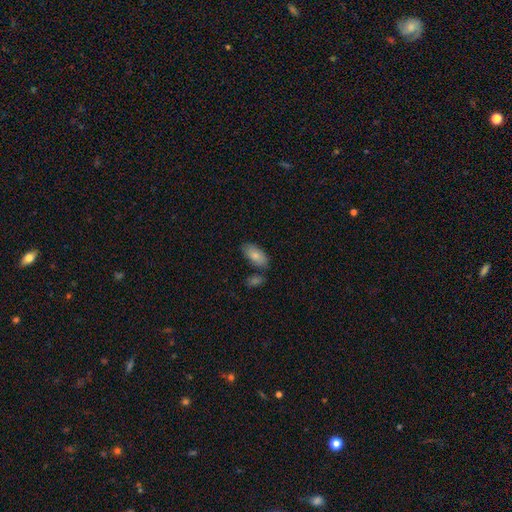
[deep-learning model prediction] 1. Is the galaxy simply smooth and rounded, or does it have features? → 82% smooth, 12% featured or disk, 6% star or artifact.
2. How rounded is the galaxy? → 92% in between, 6% cigar-shaped, 2% round.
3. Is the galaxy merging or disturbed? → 72% none, 15% minor disturbance, 9% merger, 3% major disturbance.